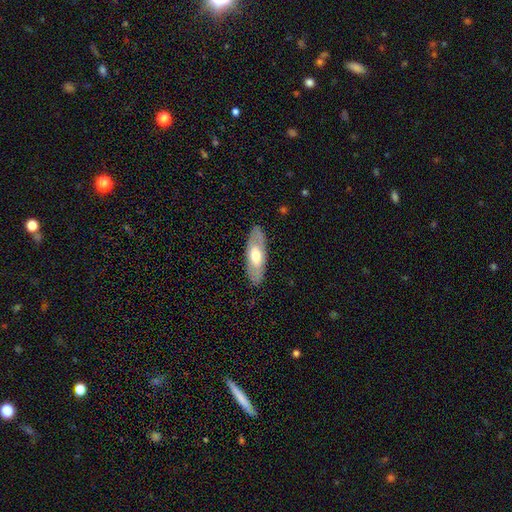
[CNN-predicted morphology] type=smooth (51%); roundness=in between (72%); merging=none (86%).